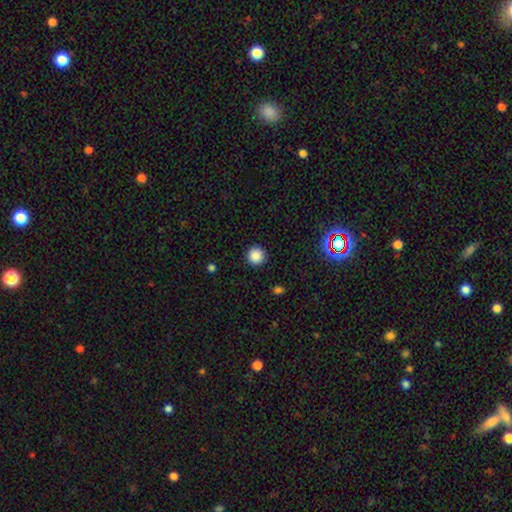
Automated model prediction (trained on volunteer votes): This is clearly a smooth galaxy (85%). How rounded: clearly round (95%). Merging: clearly none (91%).